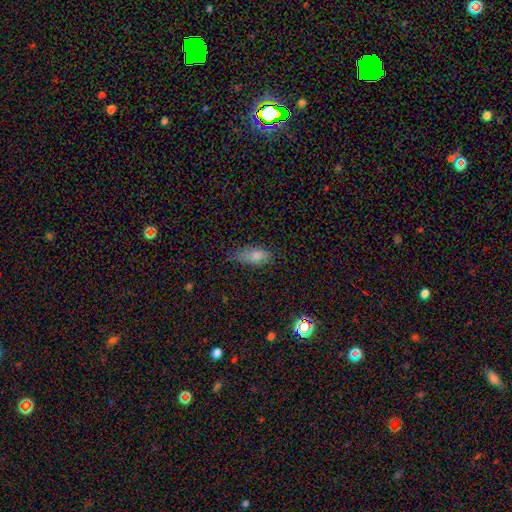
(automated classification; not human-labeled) Q: Smooth or featured?
A: smooth (81%); runner-up: star or artifact (11%)
Q: How rounded?
A: in between (82%); runner-up: cigar-shaped (14%)
Q: Merging?
A: none (53%); runner-up: minor disturbance (33%)